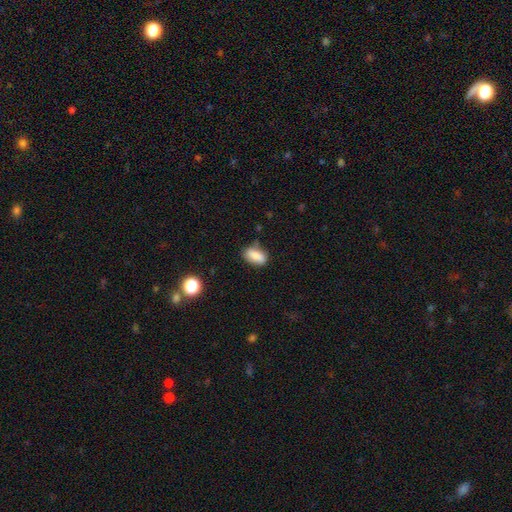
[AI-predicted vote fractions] Overall: smooth (81%). How rounded: in between (87%). Merging: none (68%).